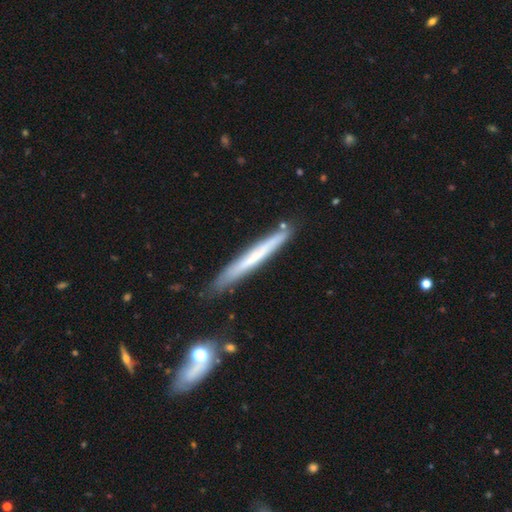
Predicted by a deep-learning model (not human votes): Smooth or featured? smooth (48%)
Merging? none (83%)